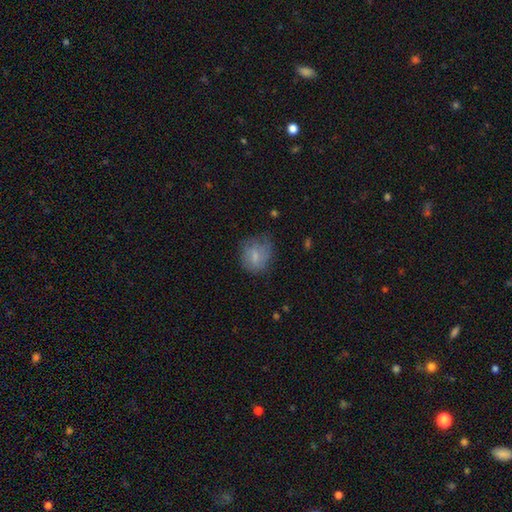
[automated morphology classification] This appears to be a smooth galaxy with no disk features (68%) that is round (68%). Merging: none (56%).